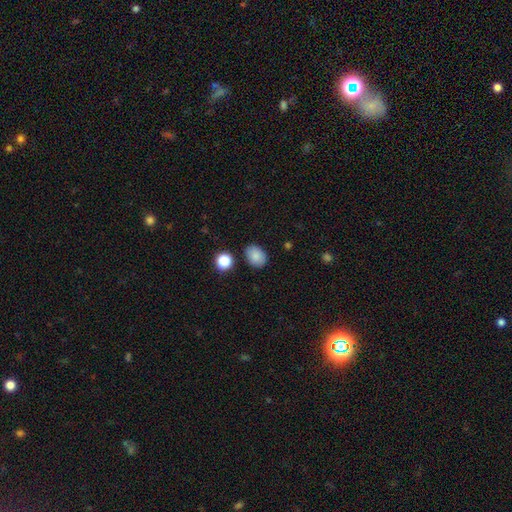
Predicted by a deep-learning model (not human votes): Smooth or featured? smooth (86%)
How rounded? in between (69%)
Merging? none (84%)